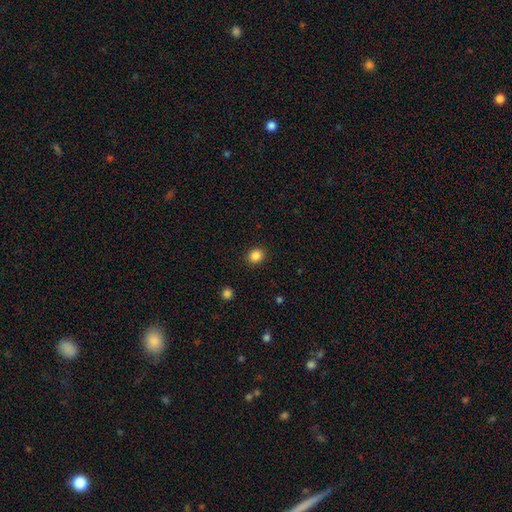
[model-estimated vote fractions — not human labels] Smooth or featured? Predicted: smooth (p=0.87). How rounded? Predicted: round (p=0.72). Merging? Predicted: none (p=0.90).